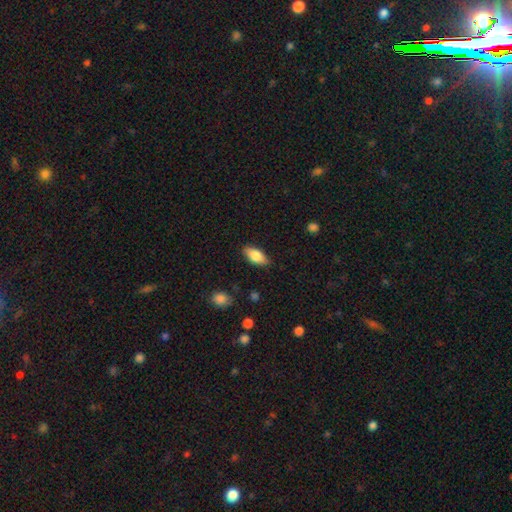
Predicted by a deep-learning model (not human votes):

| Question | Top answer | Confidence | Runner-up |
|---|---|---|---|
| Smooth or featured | smooth | 80% | featured or disk (13%) |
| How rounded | in between | 88% | cigar-shaped (9%) |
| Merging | none | 84% | minor disturbance (12%) |